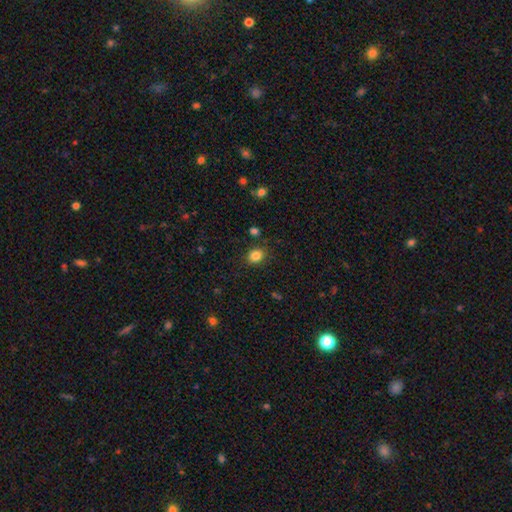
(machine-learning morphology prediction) This is clearly a smooth galaxy (84%). How rounded: possibly round (57%). Merging: clearly none (85%).